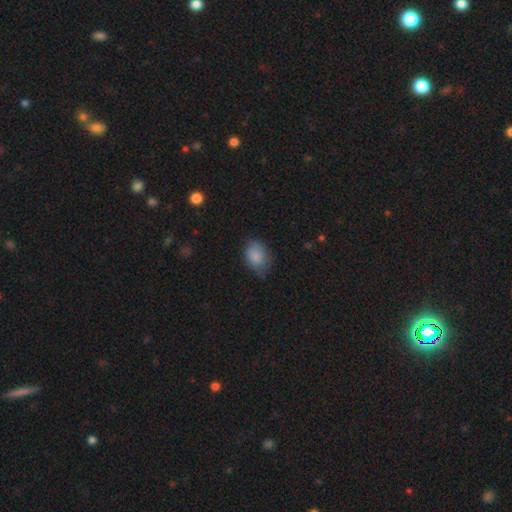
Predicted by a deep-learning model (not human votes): Smooth or featured? Predicted: smooth (p=0.84). How rounded? Predicted: in between (p=0.70). Merging? Predicted: none (p=0.67).